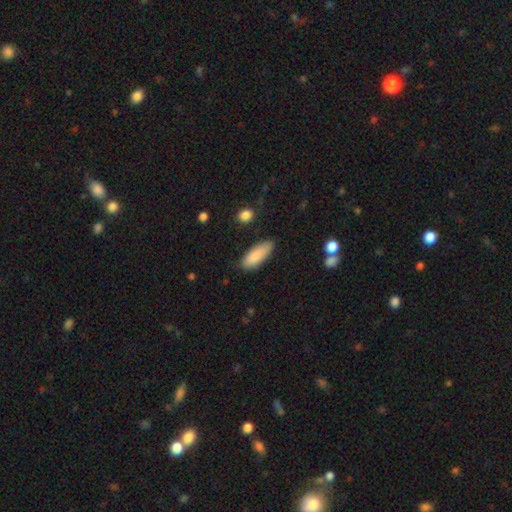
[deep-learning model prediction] The model was most divided on "how rounded": in between: 75%, cigar-shaped: 23%, round: 2%. More confident: smooth or featured — smooth (86%); merging — none (79%).